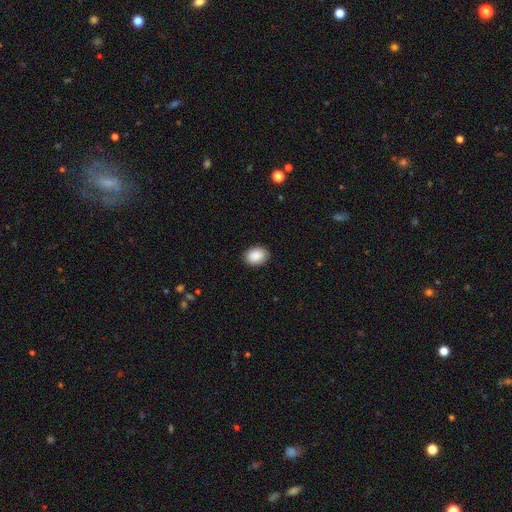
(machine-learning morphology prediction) Smooth or featured? smooth (90%)
How rounded? in between (68%)
Merging? none (89%)